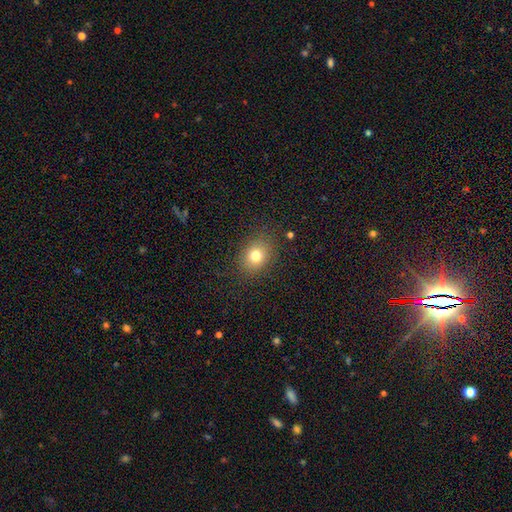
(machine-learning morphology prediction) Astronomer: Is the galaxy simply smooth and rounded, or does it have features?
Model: smooth — 77%.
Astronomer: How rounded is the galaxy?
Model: in between — 50% (runner-up: round, 48%).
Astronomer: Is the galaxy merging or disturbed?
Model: none — 85%.